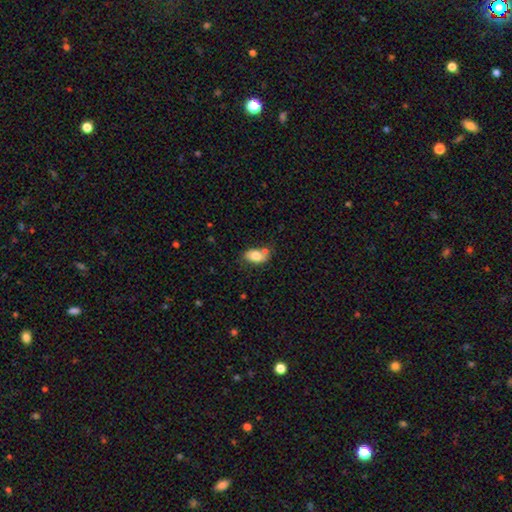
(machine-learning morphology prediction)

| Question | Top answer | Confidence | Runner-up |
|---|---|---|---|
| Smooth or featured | smooth | 77% | featured or disk (15%) |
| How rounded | in between | 89% | round (9%) |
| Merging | none | 53% | merger (22%) |